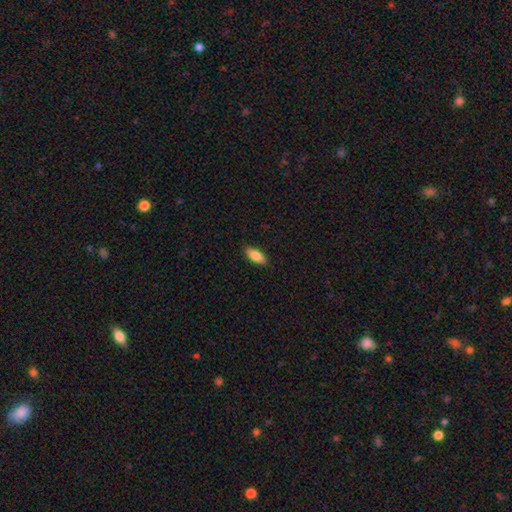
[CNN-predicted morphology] Smooth or featured: smooth — 85% (featured or disk — 9%)
How rounded: in between — 83% (cigar-shaped — 15%)
Merging: none — 89% (minor disturbance — 9%)